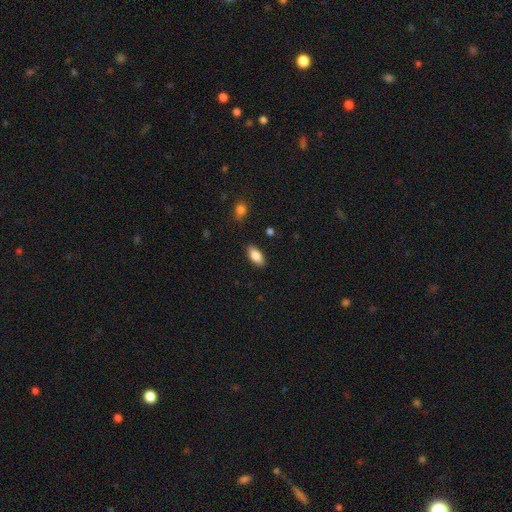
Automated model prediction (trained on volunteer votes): Morphology: type=smooth (85%); roundness=in between (89%); merging=none (87%).